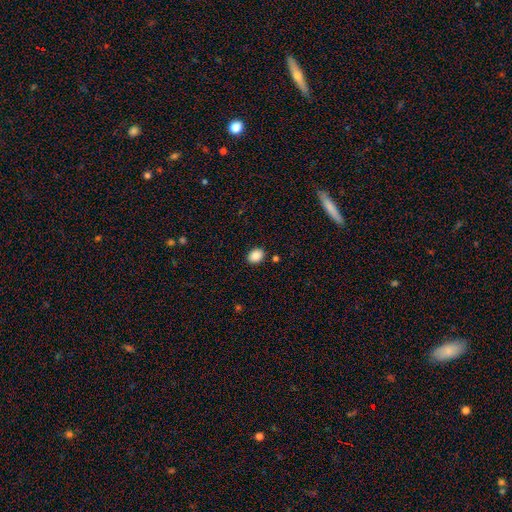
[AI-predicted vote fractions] Overall: smooth (88%). How rounded: in between (61%; round 38%). Merging: none (87%).